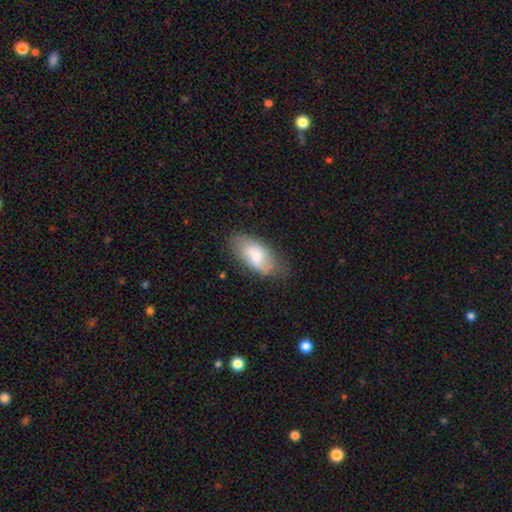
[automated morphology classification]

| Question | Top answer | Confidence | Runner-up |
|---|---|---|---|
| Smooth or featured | smooth | 65% | featured or disk (28%) |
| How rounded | in between | 92% | cigar-shaped (5%) |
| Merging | none | 67% | minor disturbance (25%) |